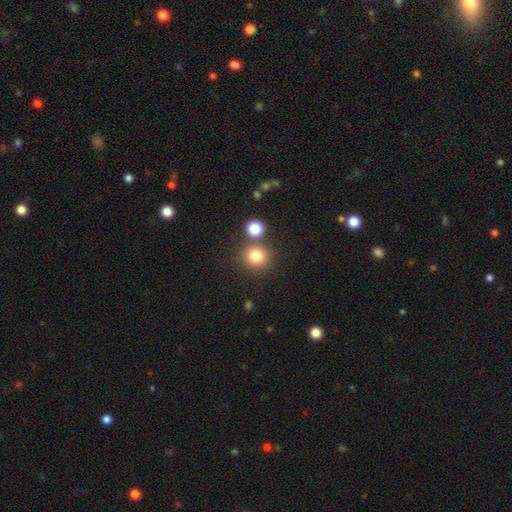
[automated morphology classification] smooth-or-featured: smooth: 80% | star or artifact: 13% | featured or disk: 7%
  how-rounded: round: 89% | in between: 10% | cigar-shaped: 1%
  merging: none: 75% | merger: 14% | minor disturbance: 8% | major disturbance: 3%